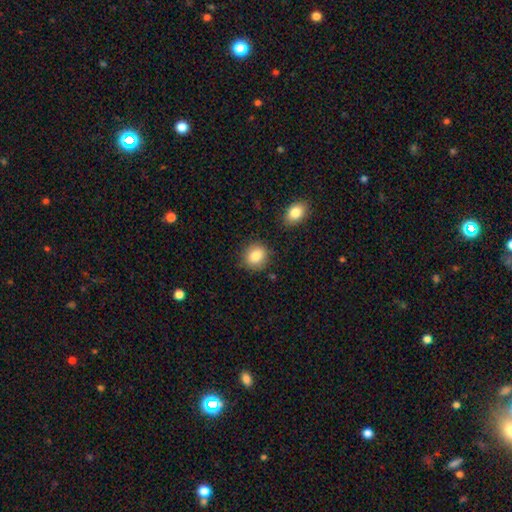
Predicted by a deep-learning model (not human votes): Smooth or featured? smooth (85%)
How rounded? round (73%)
Merging? none (84%)